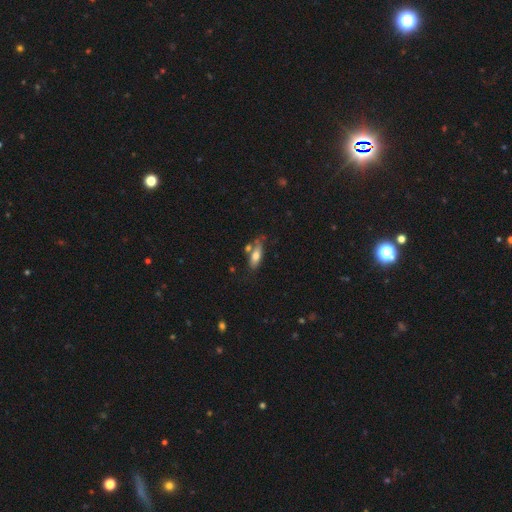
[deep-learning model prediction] The model was most divided on "how rounded": in between: 62%, cigar-shaped: 35%, round: 3%. More confident: smooth or featured — smooth (67%); merging — none (52%).